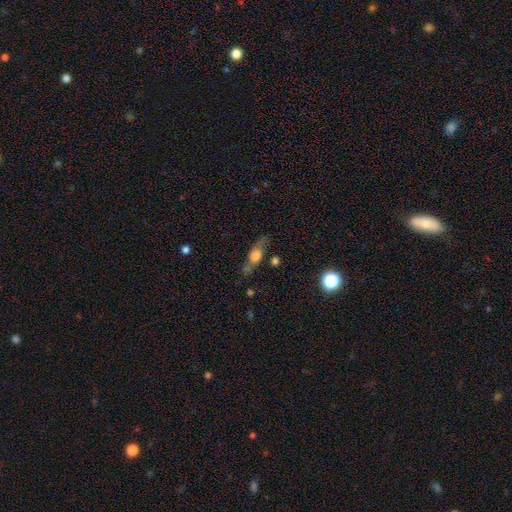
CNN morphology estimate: Smooth or featured?
  - smooth: 57% *
  - featured or disk: 33%
  - star or artifact: 10%
How rounded?
  - in between: 54% *
  - cigar-shaped: 36%
  - round: 10%
Merging?
  - none: 55% *
  - minor disturbance: 24%
  - major disturbance: 12%
  - merger: 9%